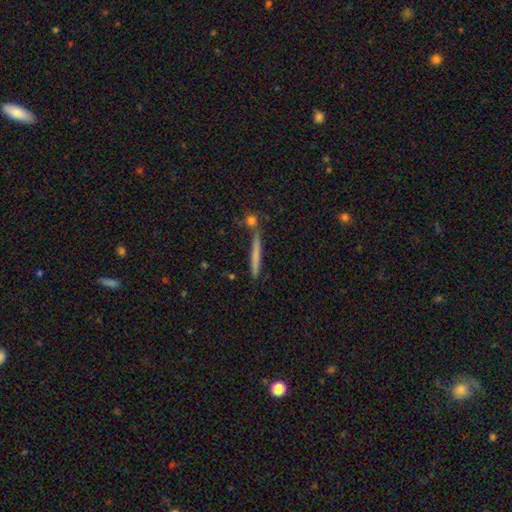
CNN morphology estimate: The model was most divided on "smooth or featured": smooth: 60%, featured or disk: 33%, star or artifact: 8%. More confident: how rounded — cigar-shaped (95%); merging — none (76%).